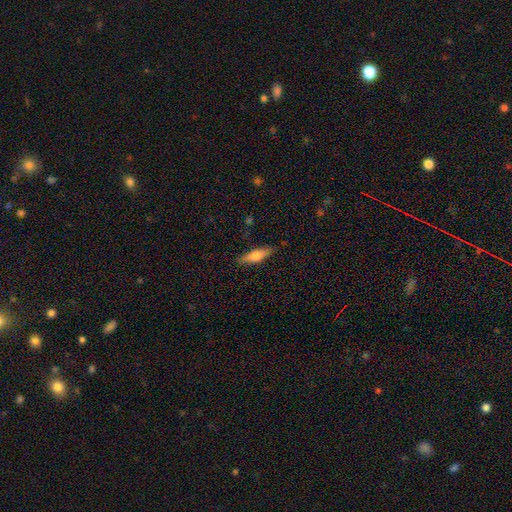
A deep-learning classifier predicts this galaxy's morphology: Q: Smooth or featured?
A: smooth (67%); runner-up: featured or disk (27%)
Q: How rounded?
A: cigar-shaped (62%); runner-up: in between (36%)
Q: Merging?
A: none (85%); runner-up: minor disturbance (11%)